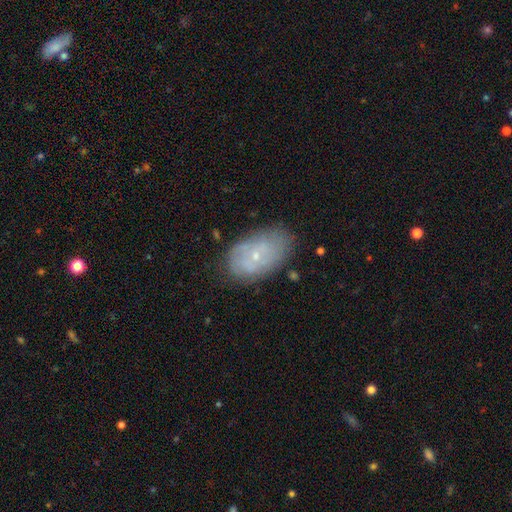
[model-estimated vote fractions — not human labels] featured or disk 55%, smooth 37%, star or artifact 8%. Down the decision tree: edge-on disk — no (94%); bar — no (75%); spiral arms — yes (58%); bulge size — small (78%); merging — none (69%).